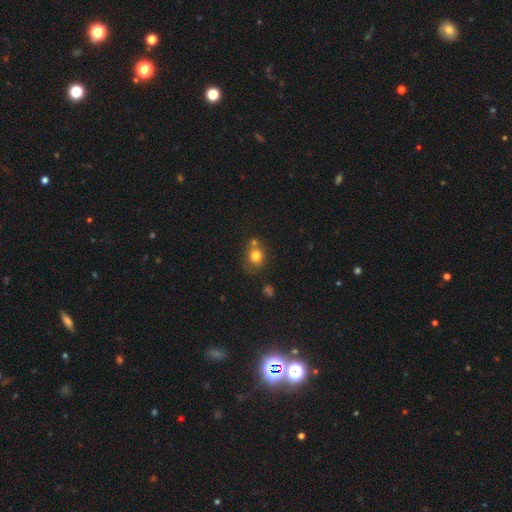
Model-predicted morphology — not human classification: Smooth or featured?
  - smooth: 78% *
  - star or artifact: 11%
  - featured or disk: 11%
How rounded?
  - round: 67% *
  - in between: 32%
  - cigar-shaped: 1%
Merging?
  - none: 55% *
  - merger: 22%
  - minor disturbance: 16%
  - major disturbance: 6%